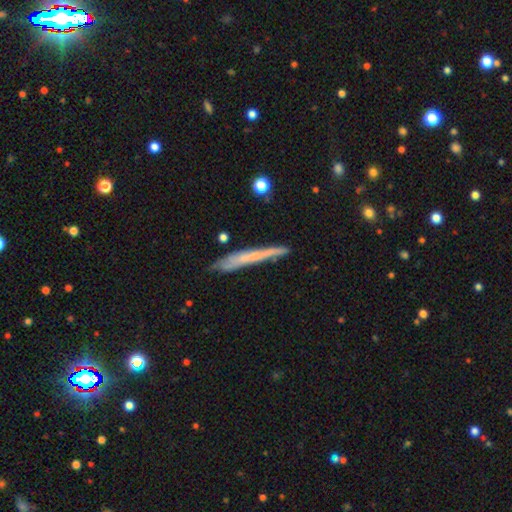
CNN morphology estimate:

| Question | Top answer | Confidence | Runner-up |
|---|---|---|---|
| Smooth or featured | smooth | 49% | featured or disk (44%) |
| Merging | none | 74% | minor disturbance (19%) |